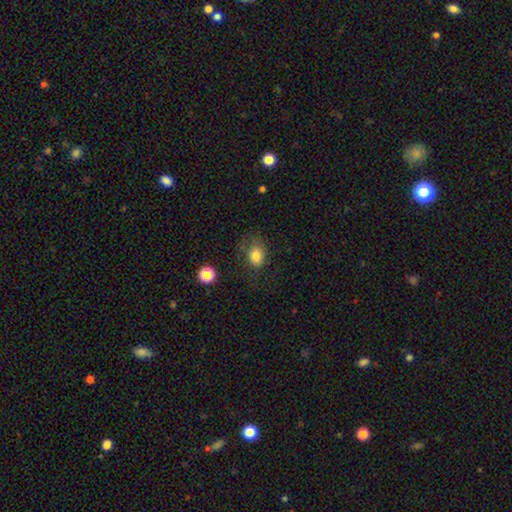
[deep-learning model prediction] smooth_or_featured: smooth (p=0.81) [alt: star or artifact p=0.10]
how_rounded: in between (p=0.65) [alt: round p=0.34]
merging: none (p=0.56) [alt: minor disturbance p=0.25]